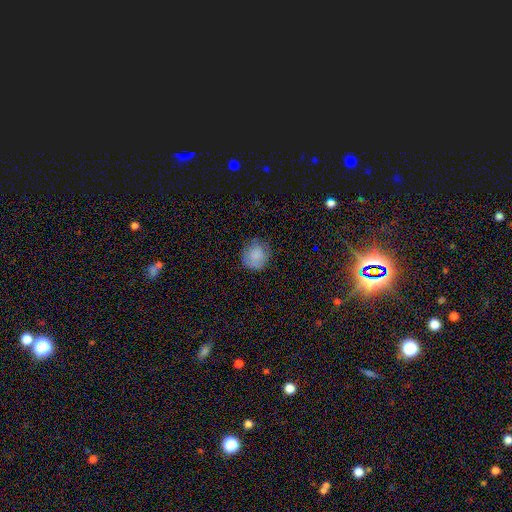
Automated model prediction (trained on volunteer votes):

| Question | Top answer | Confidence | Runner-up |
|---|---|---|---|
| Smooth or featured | smooth | 82% | featured or disk (10%) |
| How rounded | round | 86% | in between (13%) |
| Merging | none | 74% | minor disturbance (19%) |